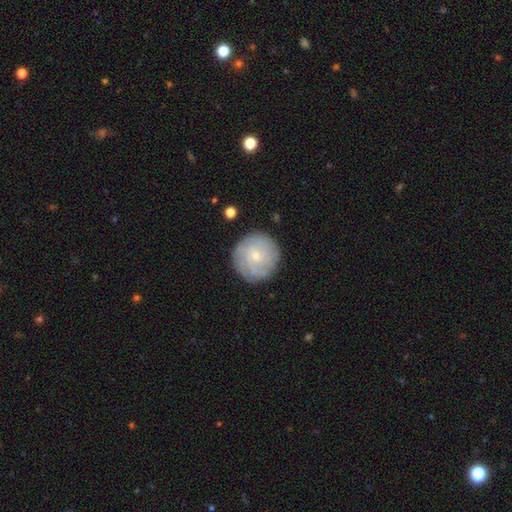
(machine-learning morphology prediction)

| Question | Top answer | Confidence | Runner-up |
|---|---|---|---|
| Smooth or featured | featured or disk | 53% | smooth (40%) |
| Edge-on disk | no | 97% | yes (3%) |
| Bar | no | 79% | weak (19%) |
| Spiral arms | yes | 82% | no (18%) |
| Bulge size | small | 71% | moderate (25%) |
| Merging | none | 85% | minor disturbance (11%) |